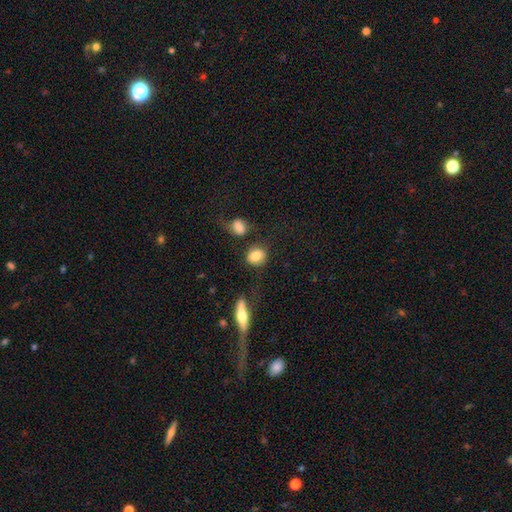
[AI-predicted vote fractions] smooth-or-featured: smooth: 80% | featured or disk: 12% | star or artifact: 8%
  how-rounded: round: 62% | in between: 36% | cigar-shaped: 2%
  merging: none: 71% | minor disturbance: 14% | merger: 8% | major disturbance: 7%